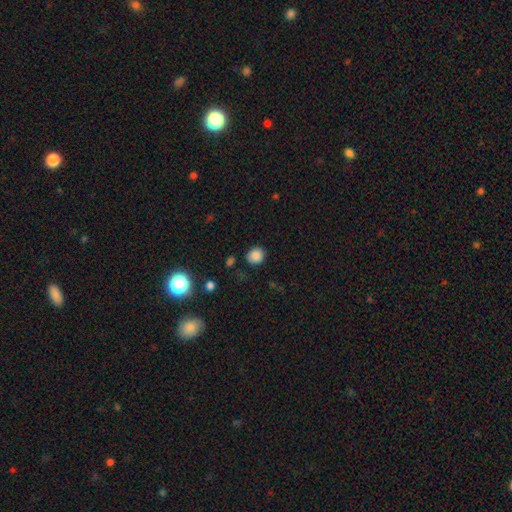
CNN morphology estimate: type=smooth (83%); roundness=round (75%); merging=none (83%).